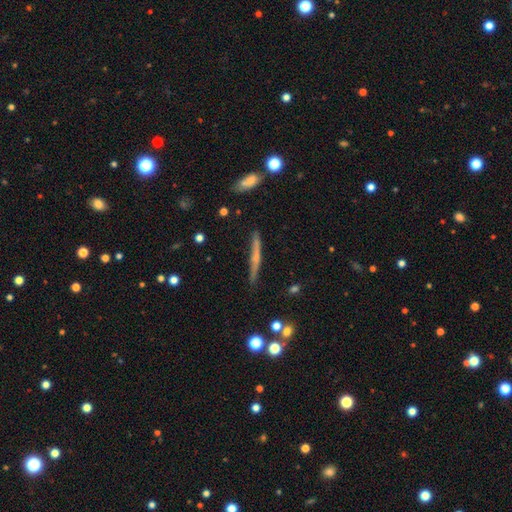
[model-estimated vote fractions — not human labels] This is possibly a featured or disk galaxy (54%). It is clearly viewed edge-on (96%). Edge-on bulge: possibly none (52%). Merging: clearly none (85%).